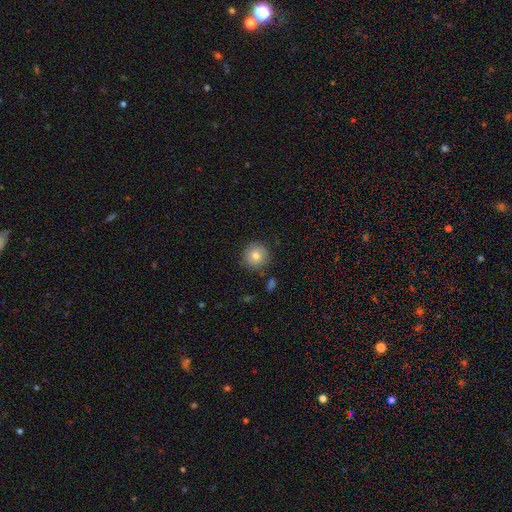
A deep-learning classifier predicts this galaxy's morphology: The model was most divided on "smooth or featured": smooth: 80%, featured or disk: 11%, star or artifact: 9%. More confident: how rounded — round (94%); merging — none (86%).